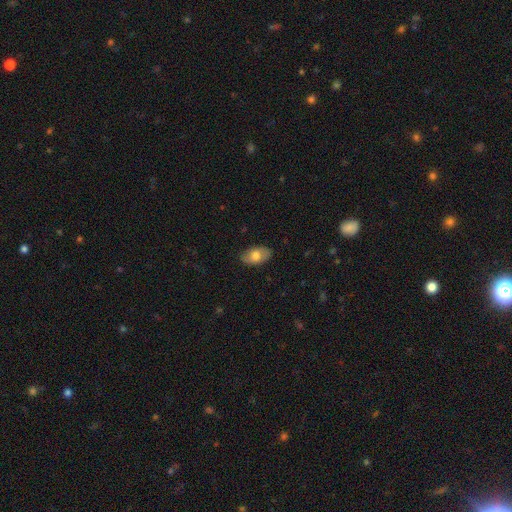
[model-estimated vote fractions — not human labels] A smooth galaxy with no disk features (73%) that is in between round and cigar-shaped (93%).

Vote fractions:
- Smooth or featured? smooth: 73% / featured or disk: 21% / star or artifact: 7%
- How rounded? in between: 93% / round: 6% / cigar-shaped: 2%
- Merging? none: 85% / minor disturbance: 11% / major disturbance: 2% / merger: 1%